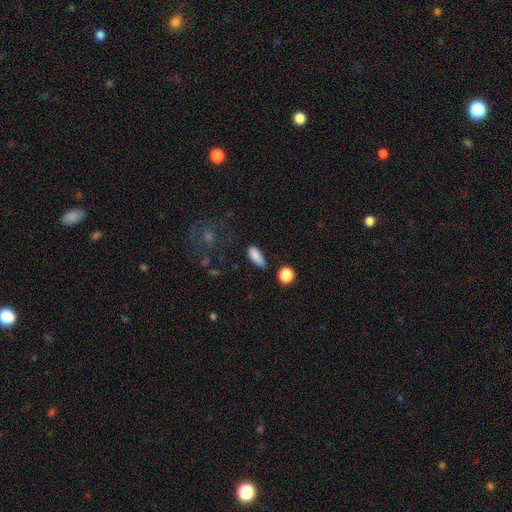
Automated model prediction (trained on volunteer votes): Smooth or featured: smooth — 85% (star or artifact — 9%)
How rounded: in between — 70% (cigar-shaped — 25%)
Merging: none — 68% (minor disturbance — 23%)